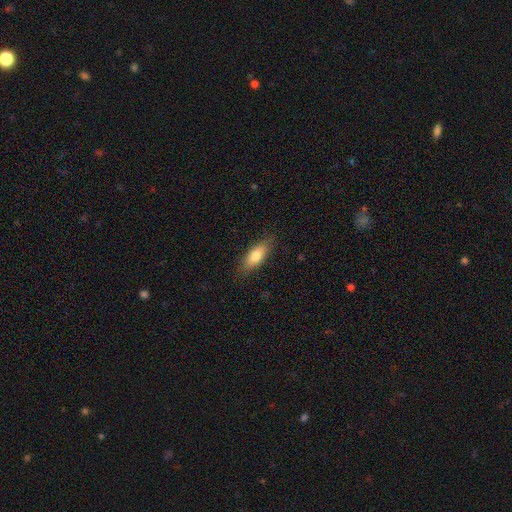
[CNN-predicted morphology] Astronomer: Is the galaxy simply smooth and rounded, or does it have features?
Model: smooth — 77%.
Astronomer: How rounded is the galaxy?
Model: in between — 74%.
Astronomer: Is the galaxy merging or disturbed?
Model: none — 83%.